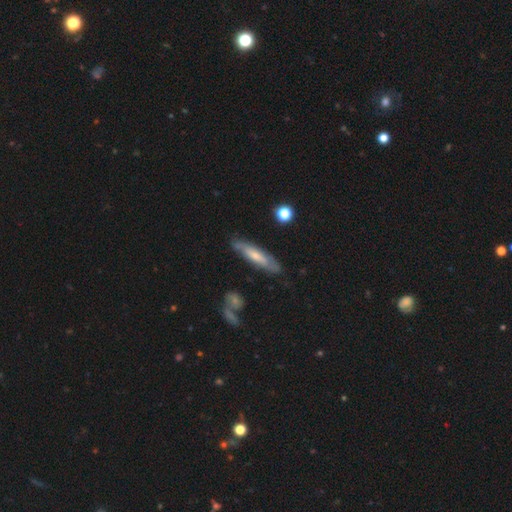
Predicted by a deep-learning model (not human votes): A smooth galaxy with no disk features (47%, tied with featured or disk). Merging: none (79%).